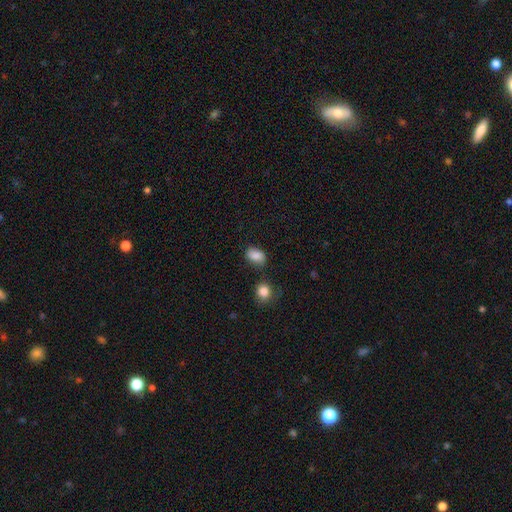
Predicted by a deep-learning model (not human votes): This is clearly a smooth galaxy (83%). How rounded: likely in between (77%). Merging: likely none (70%).